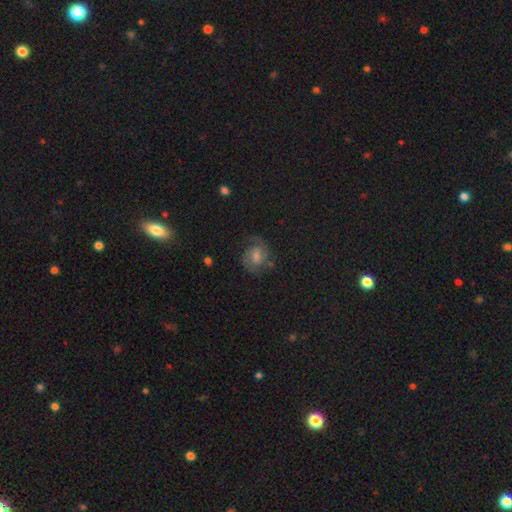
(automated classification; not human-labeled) This is possibly a featured or disk galaxy (58%). It is clearly not viewed edge-on (97%). Bar: possibly no (55%). Spiral arm pattern: clearly yes (90%). Spiral arm count: likely 2 (67%). Spiral winding: possibly medium (45%). Central bulge: possibly moderate (52%). Merging: likely none (71%).